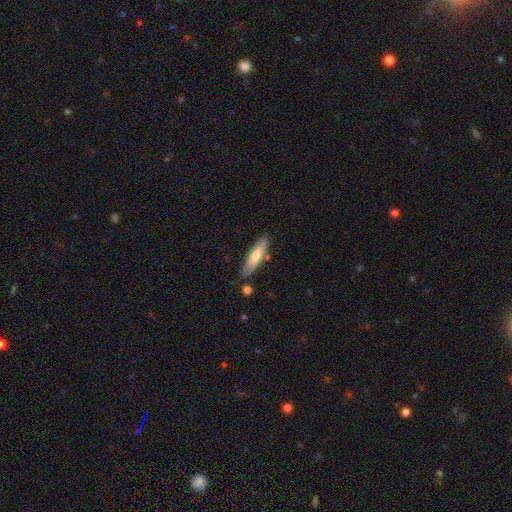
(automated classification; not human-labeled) Smooth or featured? smooth (66%)
How rounded? cigar-shaped (71%)
Merging? none (80%)